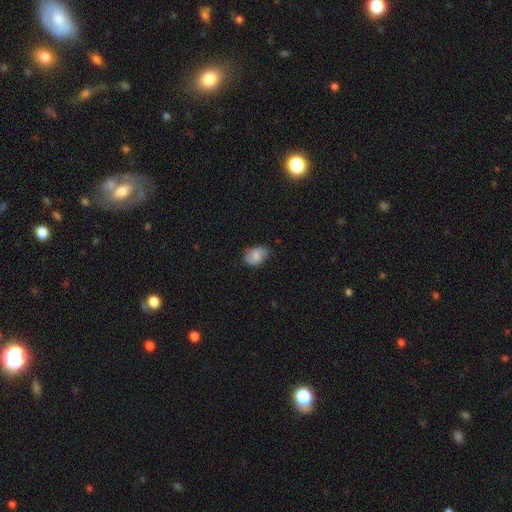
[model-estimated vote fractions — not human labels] smooth 71%, featured or disk 21%, star or artifact 8%. Down the decision tree: how rounded — in between (79%); merging — none (71%).